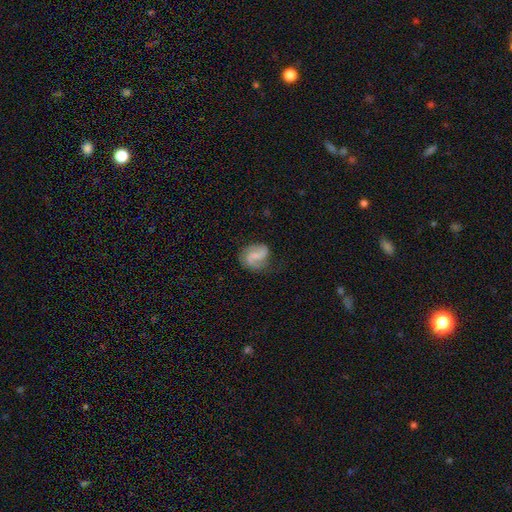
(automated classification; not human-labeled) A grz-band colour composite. It shows a featured or disk galaxy (78%) with a weak bar (50%), 2 (88%) medium (51%) spiral arms (96%) and a small central bulge (44%). Merging: none (68%).